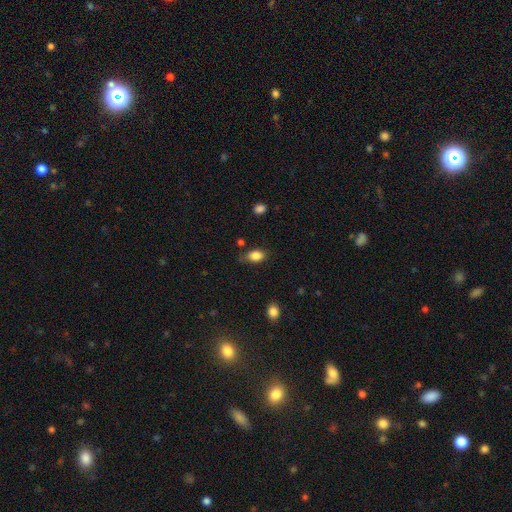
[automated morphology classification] smooth 85%, star or artifact 9%, featured or disk 6%. Down the decision tree: how rounded — in between (84%); merging — none (70%).